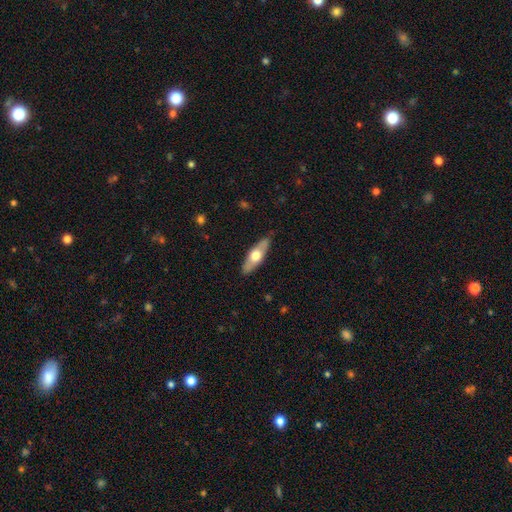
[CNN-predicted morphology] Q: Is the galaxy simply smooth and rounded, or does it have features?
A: smooth — 49%.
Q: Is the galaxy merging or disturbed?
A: none — 86%.